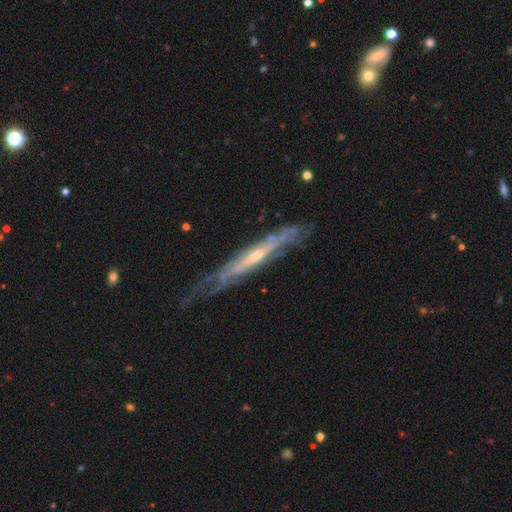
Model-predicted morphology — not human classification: This is likely a featured or disk galaxy (76%). It is likely viewed edge-on (75%). Edge-on bulge: possibly rounded (57%). Merging: likely none (61%).